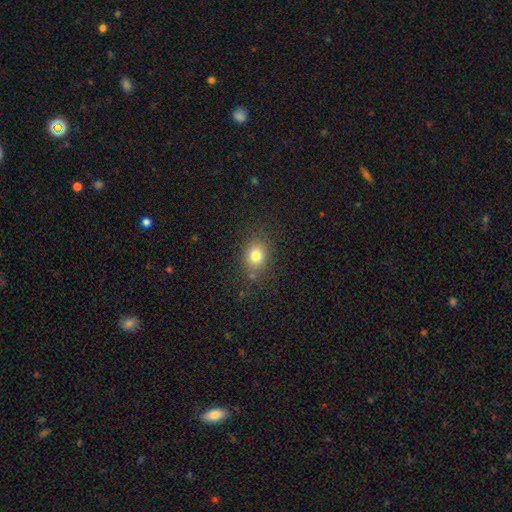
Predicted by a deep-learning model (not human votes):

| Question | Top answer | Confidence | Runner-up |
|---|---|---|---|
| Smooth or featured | smooth | 78% | star or artifact (13%) |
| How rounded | round | 55% | in between (44%) |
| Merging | none | 81% | minor disturbance (12%) |